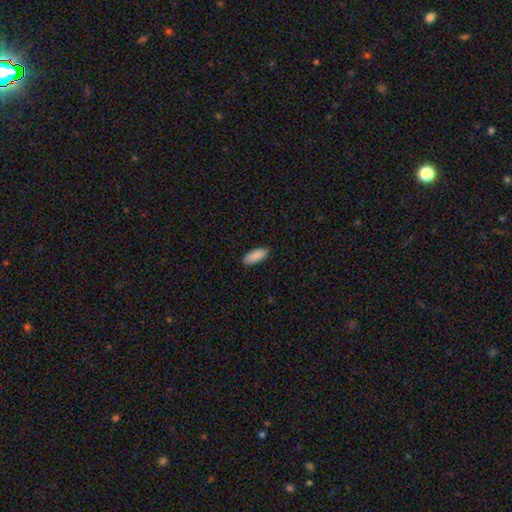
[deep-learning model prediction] The model was most divided on "how rounded": in between: 82%, cigar-shaped: 16%, round: 2%. More confident: smooth or featured — smooth (90%); merging — none (89%).